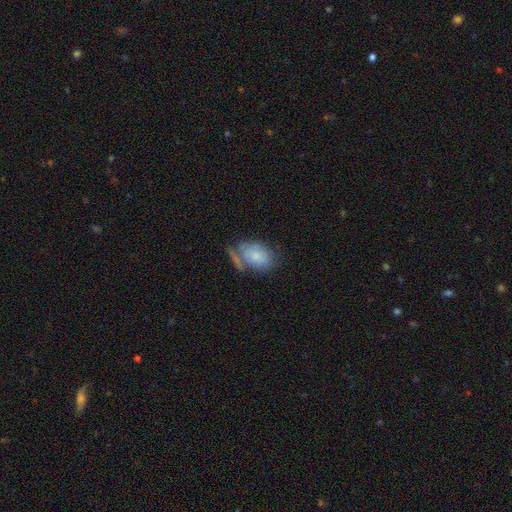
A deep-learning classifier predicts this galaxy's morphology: Smooth or featured? smooth (70%)
How rounded? in between (82%)
Merging? none (42%)